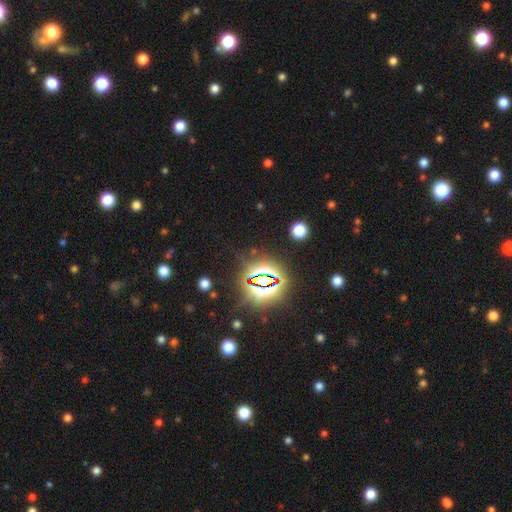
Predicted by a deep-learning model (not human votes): smooth_or_featured: star or artifact (p=0.81) [alt: smooth p=0.12]